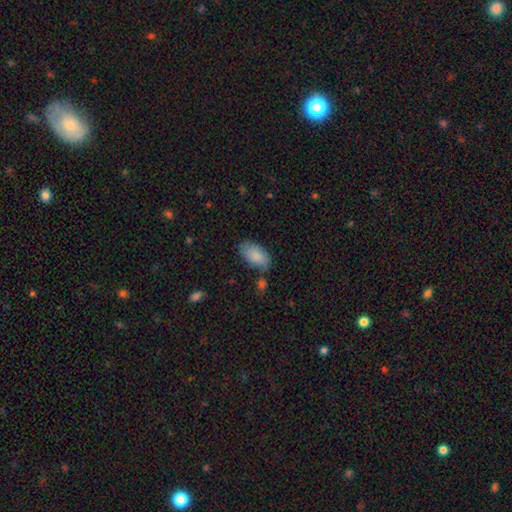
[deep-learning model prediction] smooth-or-featured: smooth: 86% | featured or disk: 7% | star or artifact: 6%
  how-rounded: in between: 95% | round: 3% | cigar-shaped: 2%
  merging: none: 71% | minor disturbance: 19% | merger: 5% | major disturbance: 4%